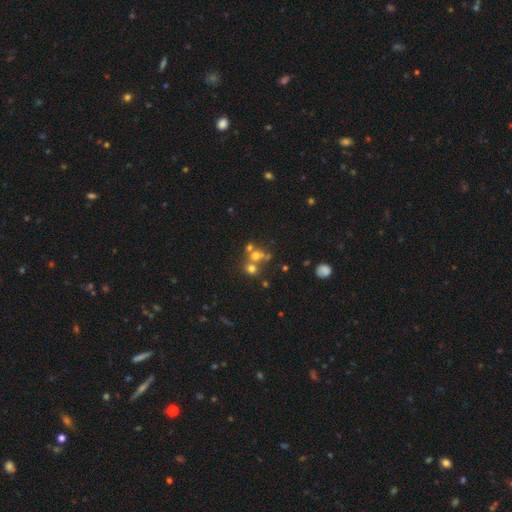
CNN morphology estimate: Smooth or featured?
  - smooth: 54% *
  - star or artifact: 23%
  - featured or disk: 22%
How rounded?
  - round: 80% *
  - in between: 18%
  - cigar-shaped: 1%
Merging?
  - merger: 48% *
  - none: 40%
  - minor disturbance: 7%
  - major disturbance: 5%